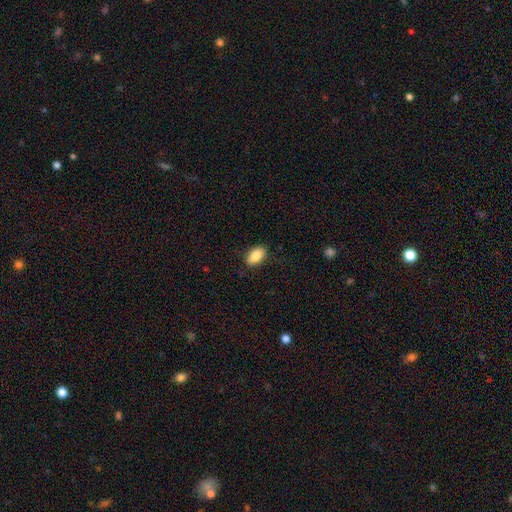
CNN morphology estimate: Smooth or featured: smooth — 87% (star or artifact — 7%)
How rounded: in between — 92% (round — 6%)
Merging: none — 85% (minor disturbance — 12%)